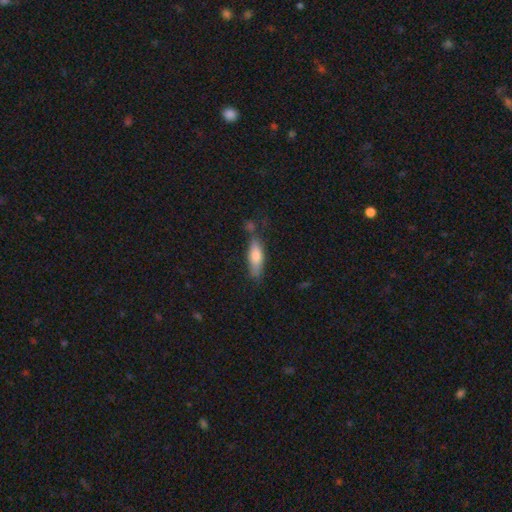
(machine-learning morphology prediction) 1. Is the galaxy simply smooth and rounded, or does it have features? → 70% smooth, 23% featured or disk, 7% star or artifact.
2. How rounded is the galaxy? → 53% cigar-shaped, 45% in between, 2% round.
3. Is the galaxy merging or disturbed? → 64% none, 21% minor disturbance, 9% merger, 6% major disturbance.